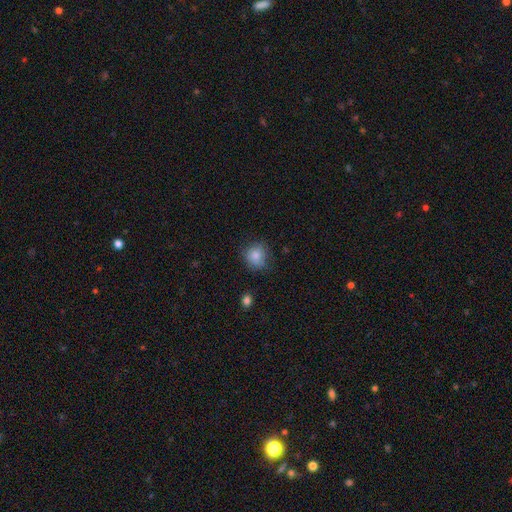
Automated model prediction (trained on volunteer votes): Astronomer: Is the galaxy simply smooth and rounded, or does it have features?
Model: smooth — 82%.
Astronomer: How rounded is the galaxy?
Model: round — 83%.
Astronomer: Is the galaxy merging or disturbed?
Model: none — 74%.